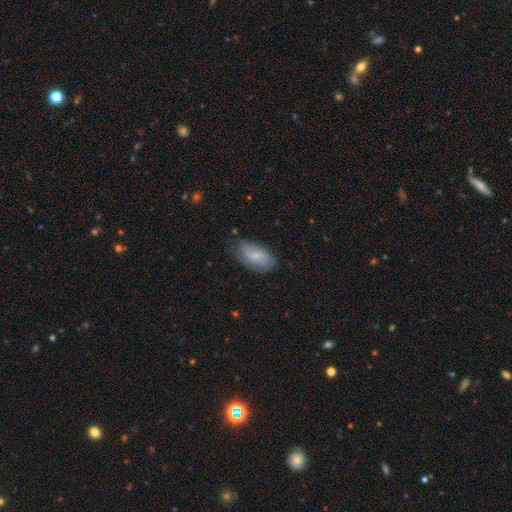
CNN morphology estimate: This is likely a smooth galaxy (60%). How rounded: clearly in between (92%). Merging: likely none (68%).